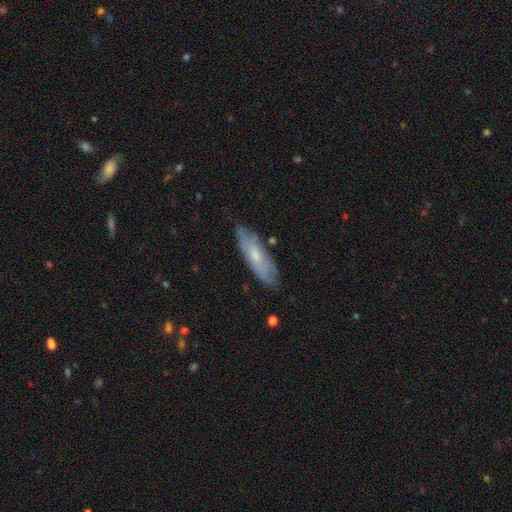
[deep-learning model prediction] Smooth or featured? Predicted: smooth (p=0.53). How rounded? Predicted: cigar-shaped (p=0.49, tied with in between). Merging? Predicted: none (p=0.79).